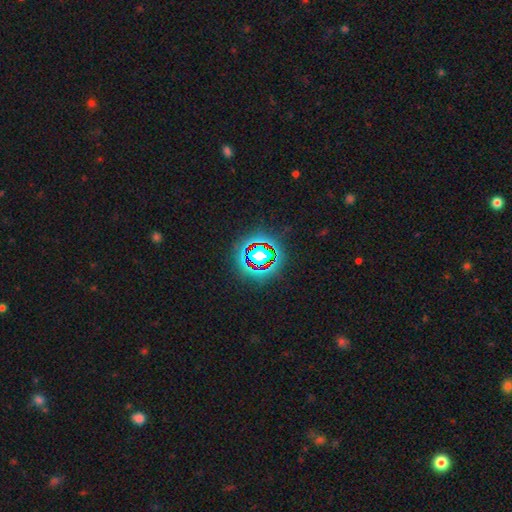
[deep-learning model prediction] Smooth or featured: star or artifact — 69% (smooth — 19%)